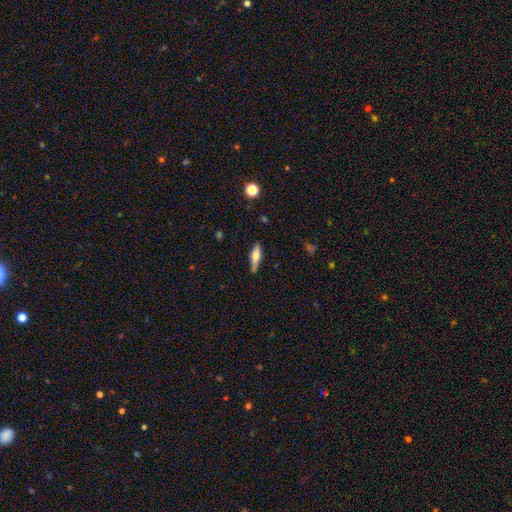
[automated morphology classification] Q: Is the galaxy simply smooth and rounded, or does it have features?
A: smooth — 51%.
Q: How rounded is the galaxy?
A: cigar-shaped — 61%.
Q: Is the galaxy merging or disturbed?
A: none — 83%.